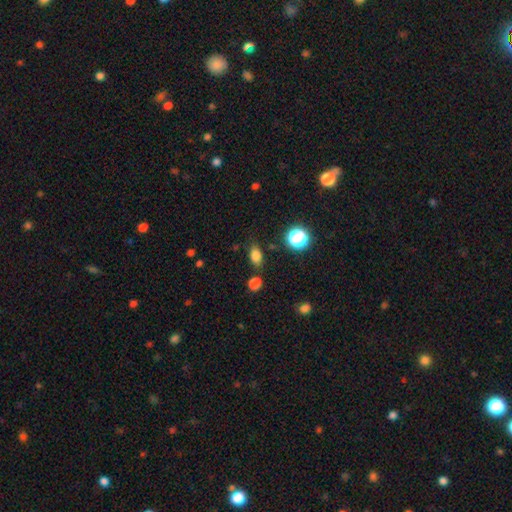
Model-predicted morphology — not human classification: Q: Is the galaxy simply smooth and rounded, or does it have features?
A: smooth — 81%.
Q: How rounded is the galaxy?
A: in between — 78%.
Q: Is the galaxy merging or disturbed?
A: none — 78%.